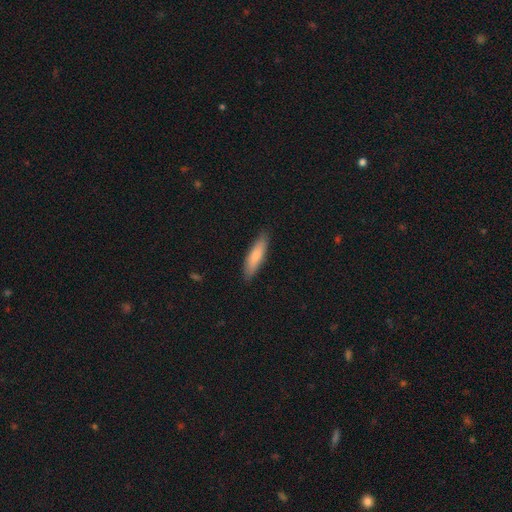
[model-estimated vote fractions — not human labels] A smooth galaxy with no disk features (75%) that is cigar-shaped (67%).

Vote fractions:
- Smooth or featured? smooth: 75% / featured or disk: 20% / star or artifact: 5%
- How rounded? cigar-shaped: 67% / in between: 31% / round: 2%
- Merging? none: 87% / minor disturbance: 10% / major disturbance: 2% / merger: 1%